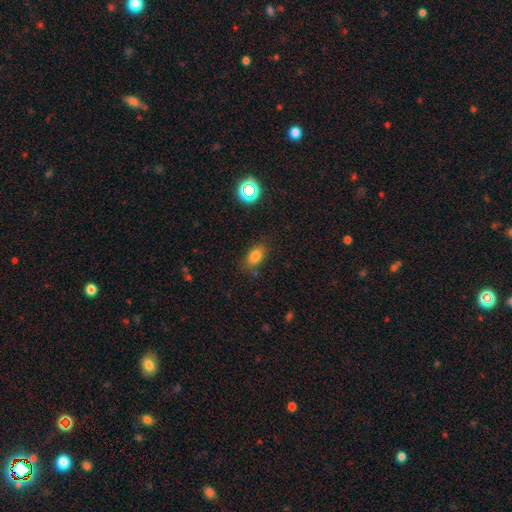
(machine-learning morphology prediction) Overall: smooth (79%). How rounded: in between (83%). Merging: none (78%).